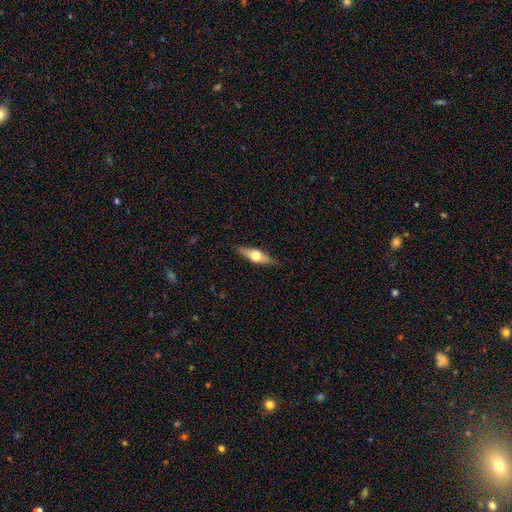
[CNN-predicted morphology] type=featured or disk (54%); edge-on=yes (93%); edge-on bulge=rounded (96%); merging=none (88%).